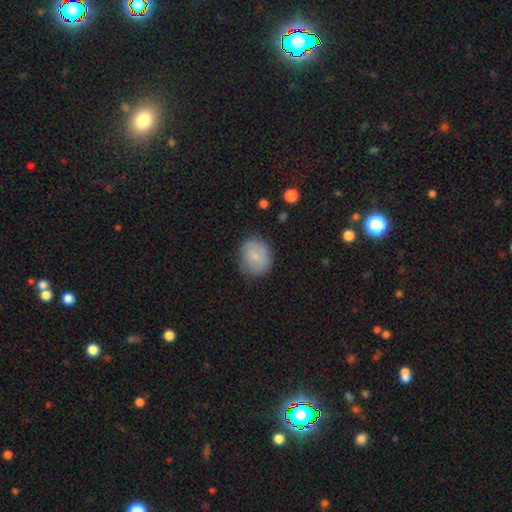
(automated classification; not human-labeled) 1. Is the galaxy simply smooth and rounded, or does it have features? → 75% smooth, 18% featured or disk, 8% star or artifact.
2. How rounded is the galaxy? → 63% round, 36% in between, 1% cigar-shaped.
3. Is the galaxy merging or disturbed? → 76% none, 18% minor disturbance, 5% major disturbance, 1% merger.